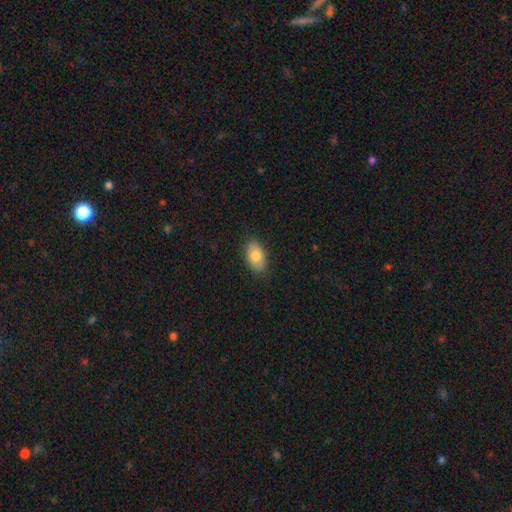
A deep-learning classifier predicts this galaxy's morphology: This is clearly a smooth galaxy (81%). How rounded: clearly in between (92%). Merging: clearly none (87%).